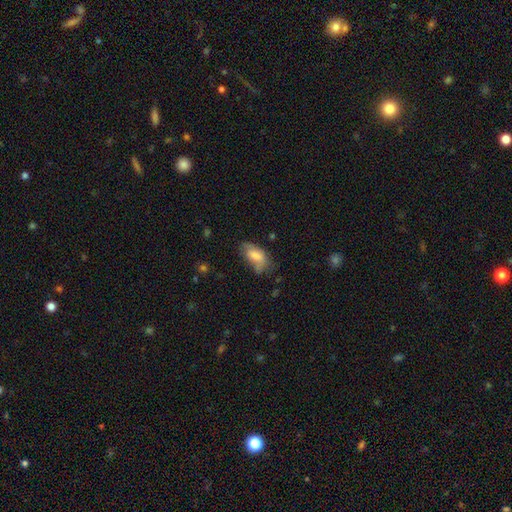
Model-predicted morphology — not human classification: Overall: smooth (73%). How rounded: in between (90%). Merging: none (44%; minor disturbance 35%).